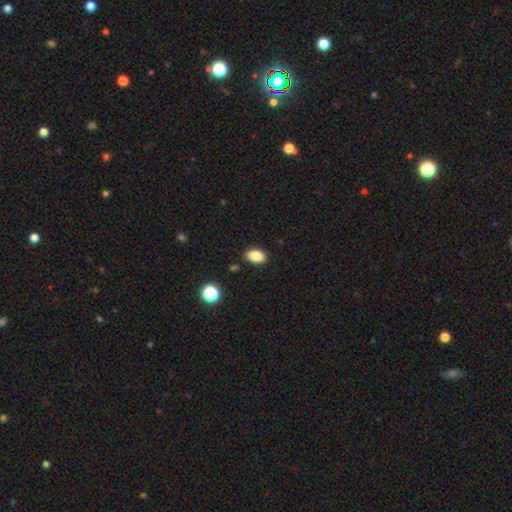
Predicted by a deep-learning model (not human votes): A smooth galaxy with no disk features (85%) that is in between round and cigar-shaped (88%).

Vote fractions:
- Smooth or featured? smooth: 85% / star or artifact: 9% / featured or disk: 5%
- How rounded? in between: 88% / round: 11% / cigar-shaped: 2%
- Merging? none: 87% / minor disturbance: 9% / major disturbance: 2% / merger: 2%